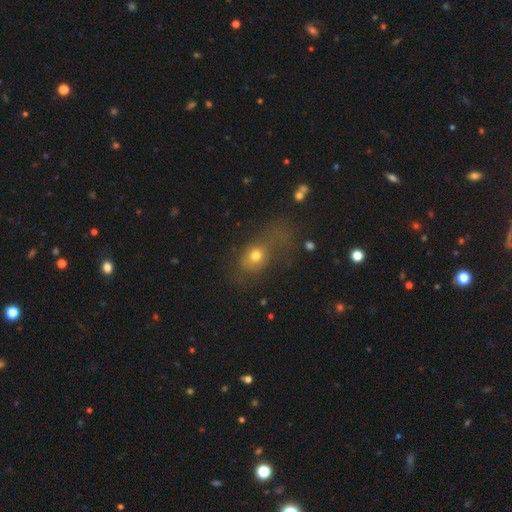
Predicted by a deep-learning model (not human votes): Smooth or featured: smooth — 65% (featured or disk — 20%)
How rounded: in between — 58% (round — 39%)
Merging: major disturbance — 39% (none — 35%)